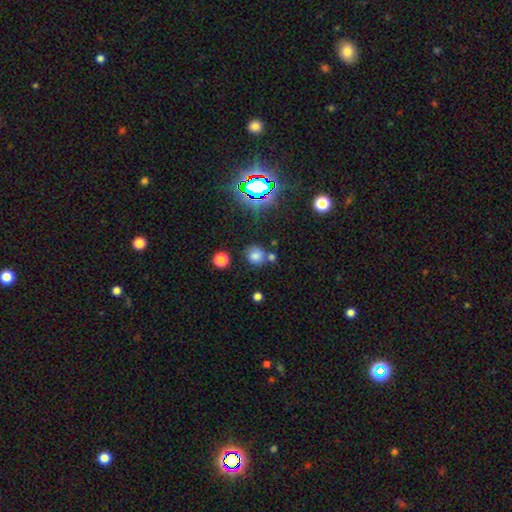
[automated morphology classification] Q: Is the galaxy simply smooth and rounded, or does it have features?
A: smooth — 70%.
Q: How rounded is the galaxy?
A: round — 83%.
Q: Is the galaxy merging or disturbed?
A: none — 62%.